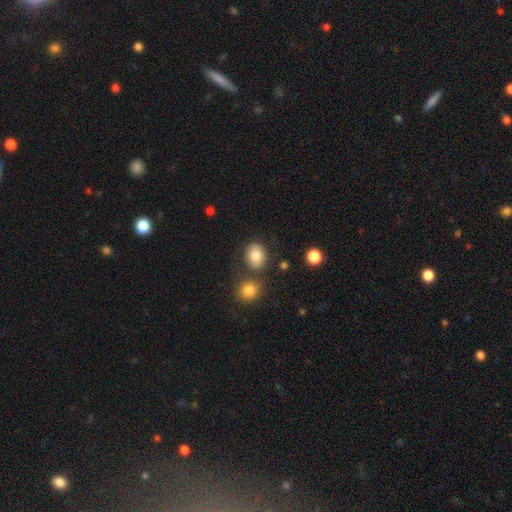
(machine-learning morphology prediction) Q: Smooth or featured?
A: smooth (84%); runner-up: star or artifact (9%)
Q: How rounded?
A: in between (57%); runner-up: round (42%)
Q: Merging?
A: none (75%); runner-up: minor disturbance (11%)